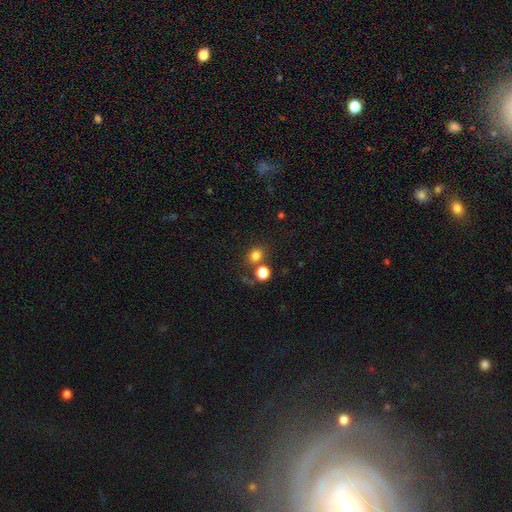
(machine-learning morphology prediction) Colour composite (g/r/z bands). It shows a smooth galaxy with no disk features (79%) that is round (77%). Merging: none (67%).